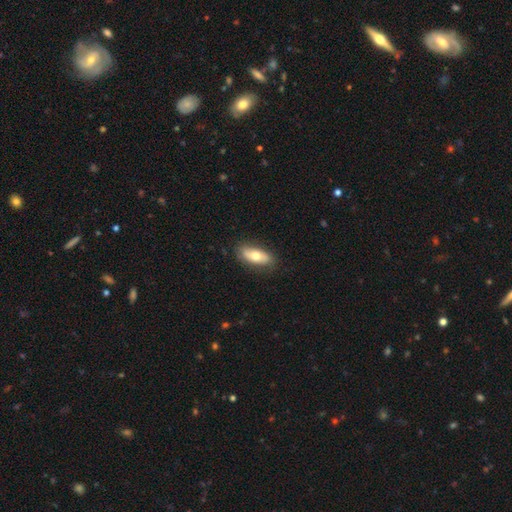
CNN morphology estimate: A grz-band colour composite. It shows a smooth galaxy with no disk features (65%) that is in between round and cigar-shaped (80%). Merging: none (83%).